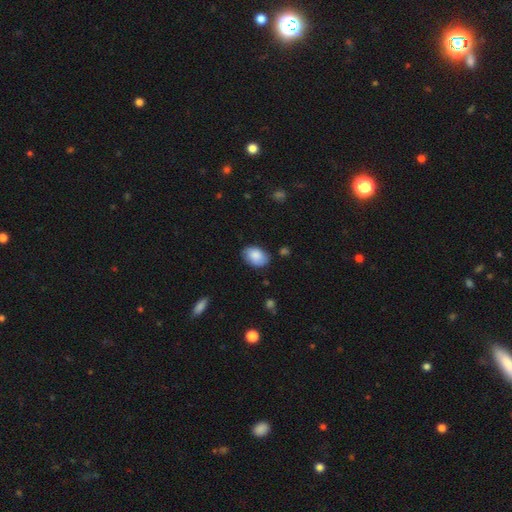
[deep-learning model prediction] Q: Smooth or featured?
A: smooth (86%); runner-up: featured or disk (7%)
Q: How rounded?
A: in between (84%); runner-up: round (15%)
Q: Merging?
A: none (78%); runner-up: minor disturbance (17%)